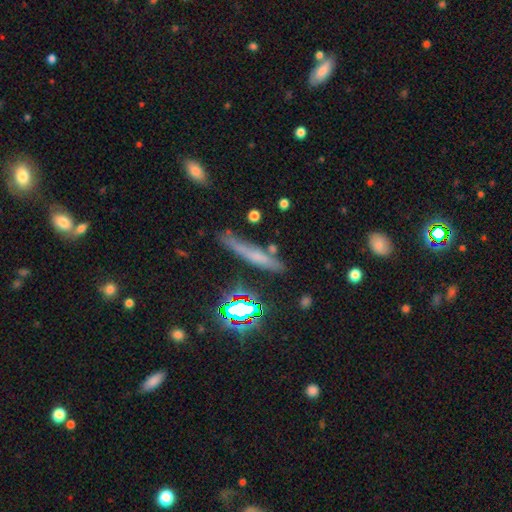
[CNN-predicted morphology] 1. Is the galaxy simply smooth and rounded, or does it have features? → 50% smooth, 32% featured or disk, 18% star or artifact.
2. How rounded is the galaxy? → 86% cigar-shaped, 9% in between, 5% round.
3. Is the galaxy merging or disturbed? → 74% none, 17% minor disturbance, 5% merger, 5% major disturbance.